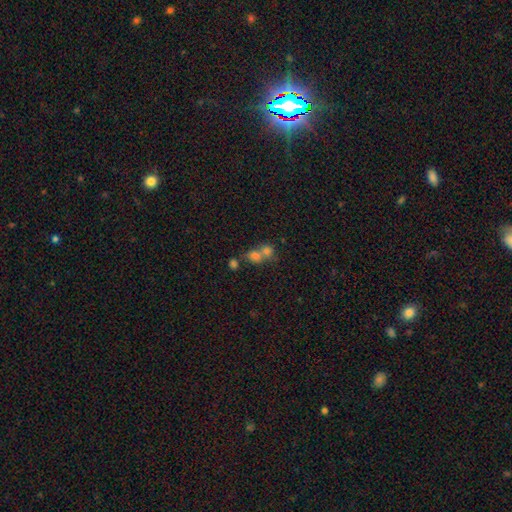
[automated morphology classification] Smooth or featured? Predicted: smooth (p=0.69). How rounded? Predicted: round (p=0.65). Merging? Predicted: merger (p=0.62).